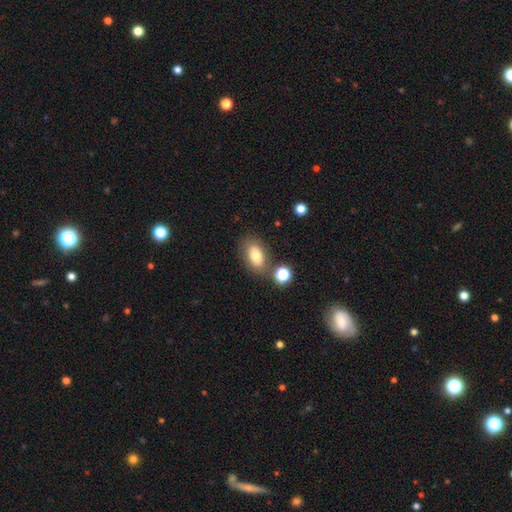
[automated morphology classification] smooth-or-featured: smooth: 76% | featured or disk: 14% | star or artifact: 9%
  how-rounded: in between: 88% | round: 9% | cigar-shaped: 3%
  merging: none: 73% | minor disturbance: 13% | merger: 9% | major disturbance: 4%